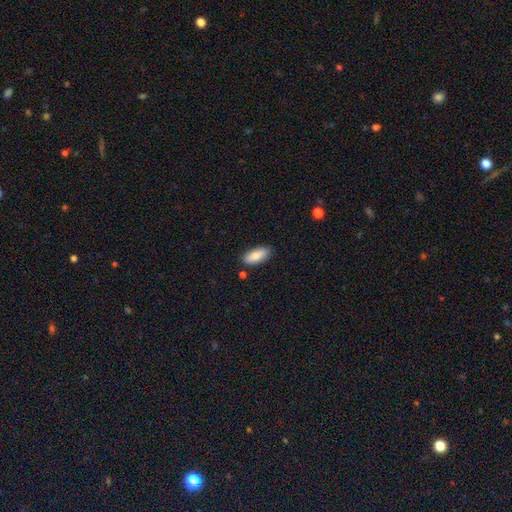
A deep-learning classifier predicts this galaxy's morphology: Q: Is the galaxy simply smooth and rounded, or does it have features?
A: smooth — 82%.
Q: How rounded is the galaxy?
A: in between — 81%.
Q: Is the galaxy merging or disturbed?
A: none — 86%.